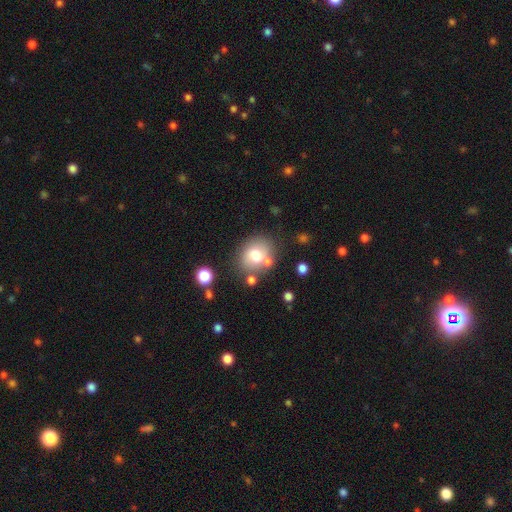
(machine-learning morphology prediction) Overall: smooth (69%). How rounded: round (68%; in between 32%). Merging: none (69%).